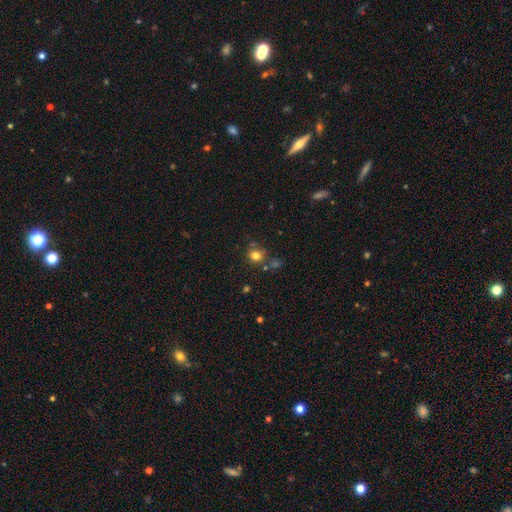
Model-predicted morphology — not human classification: A smooth galaxy with no disk features (77%) that is round (81%). Merging: none (69%).